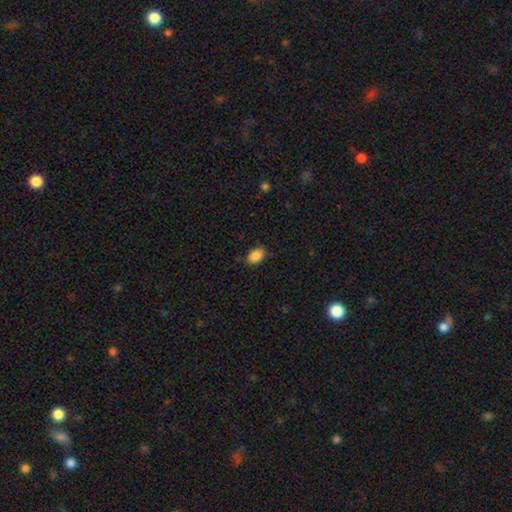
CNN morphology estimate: Smooth or featured: smooth — 88% (star or artifact — 8%)
How rounded: in between — 79% (round — 20%)
Merging: none — 82% (minor disturbance — 14%)